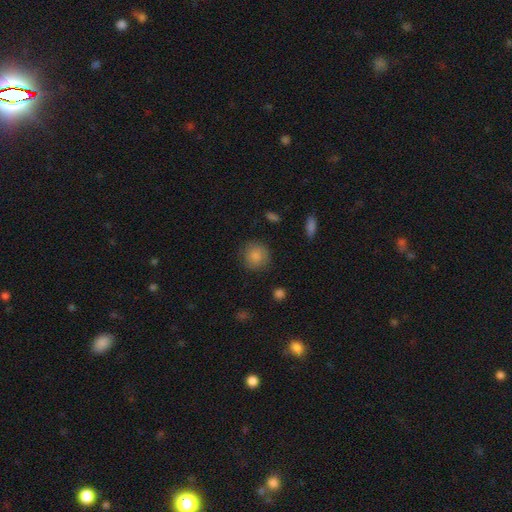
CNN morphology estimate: Smooth or featured?
  - smooth: 83% *
  - featured or disk: 9%
  - star or artifact: 8%
How rounded?
  - round: 90% *
  - in between: 9%
  - cigar-shaped: 1%
Merging?
  - none: 83% *
  - minor disturbance: 12%
  - major disturbance: 4%
  - merger: 1%